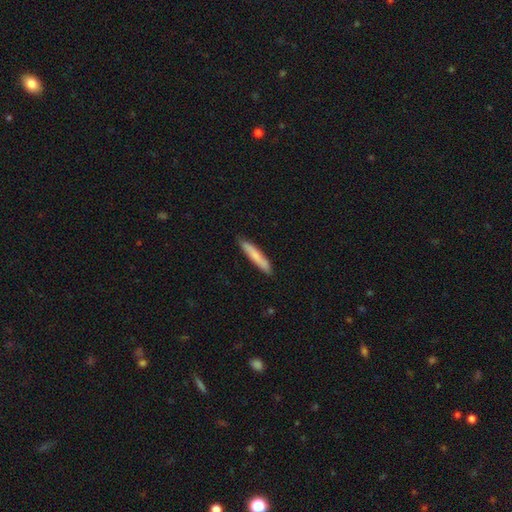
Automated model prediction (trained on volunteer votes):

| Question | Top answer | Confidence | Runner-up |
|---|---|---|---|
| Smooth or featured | smooth | 76% | featured or disk (19%) |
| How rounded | cigar-shaped | 93% | in between (6%) |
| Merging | none | 88% | minor disturbance (9%) |